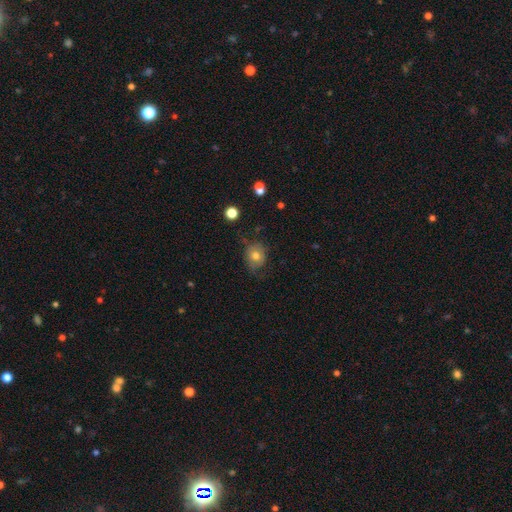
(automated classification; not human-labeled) A smooth galaxy with no disk features (70%) that is round (65%). Merging: none (60%).